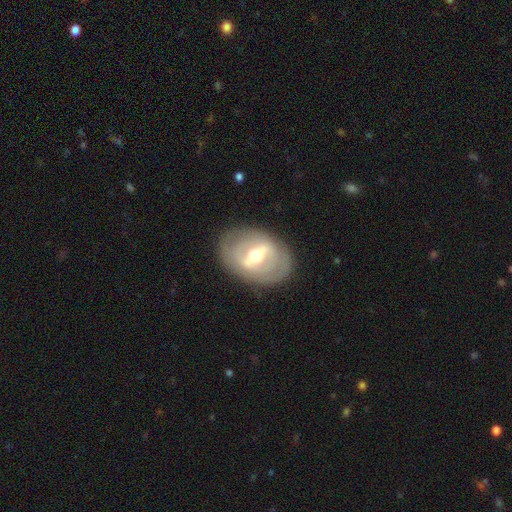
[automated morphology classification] A featured or disk galaxy (70%) with a strong bar (59%), no spiral arms (69%) and a moderate central bulge (71%). Merging: none (82%).